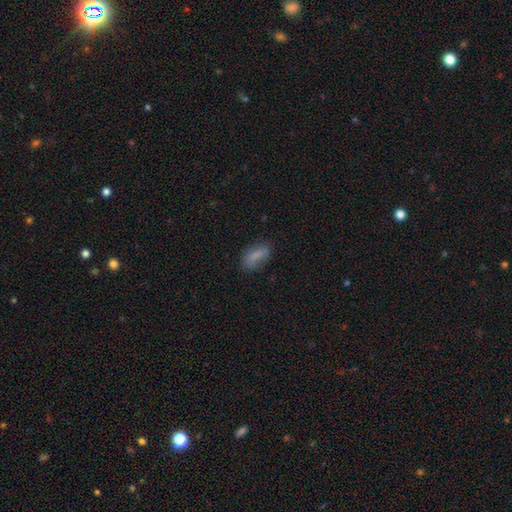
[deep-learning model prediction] smooth 78%, featured or disk 13%, star or artifact 9%. Down the decision tree: how rounded — in between (74%); merging — none (67%).